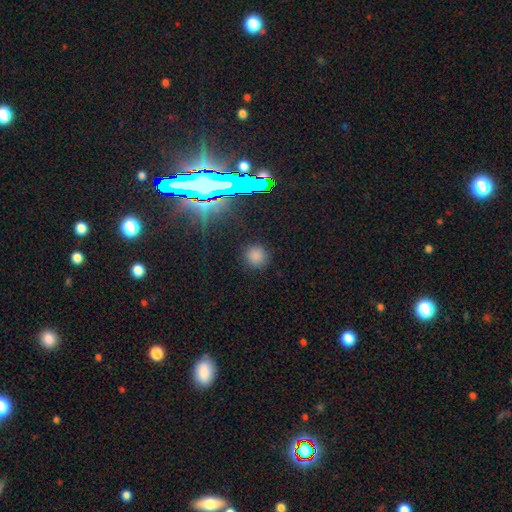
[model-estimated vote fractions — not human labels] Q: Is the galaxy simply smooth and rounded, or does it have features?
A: smooth — 75%.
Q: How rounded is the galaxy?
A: round — 92%.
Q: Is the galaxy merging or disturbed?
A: none — 88%.